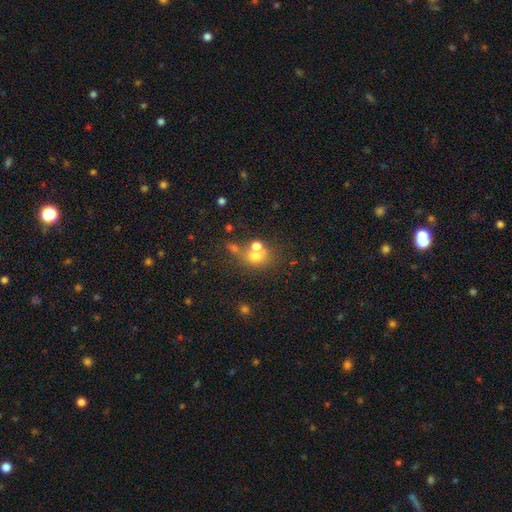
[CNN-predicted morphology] Overall: smooth (62%). How rounded: round (68%; in between 31%). Merging: none (45%; merger 39%).